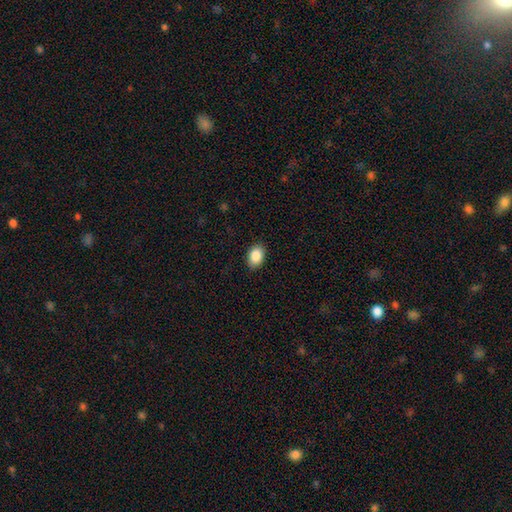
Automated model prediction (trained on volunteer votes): A smooth galaxy with no disk features (88%) that is in between round and cigar-shaped (82%). Merging: none (89%).